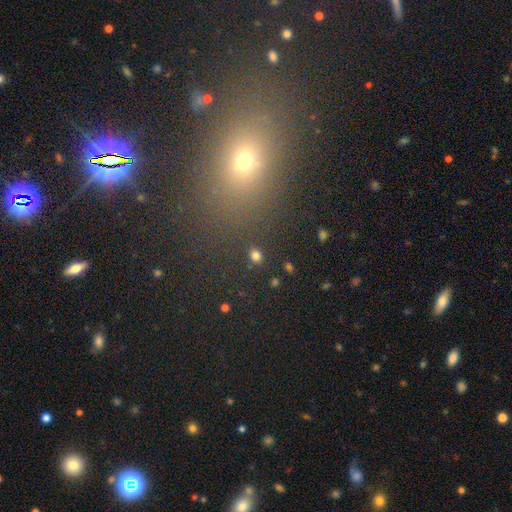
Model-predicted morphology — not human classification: Smooth or featured? Predicted: smooth (p=0.80). How rounded? Predicted: round (p=0.59). Merging? Predicted: none (p=0.86).